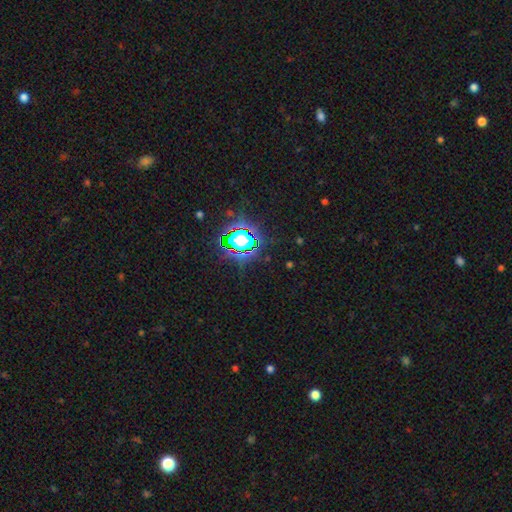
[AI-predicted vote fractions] smooth-or-featured: star or artifact: 81% | smooth: 11% | featured or disk: 7%